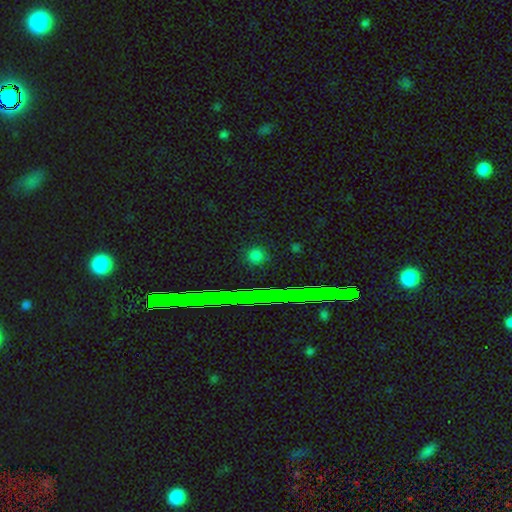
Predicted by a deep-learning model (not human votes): smooth_or_featured: smooth (p=0.57) [alt: star or artifact p=0.35]
how_rounded: round (p=0.90) [alt: in between p=0.06]
merging: none (p=0.91) [alt: minor disturbance p=0.06]